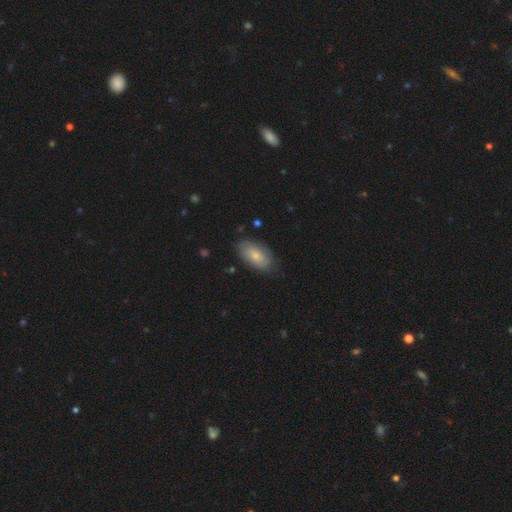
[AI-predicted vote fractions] A smooth galaxy with no disk features (75%) that is in between round and cigar-shaped (93%). Merging: none (77%).